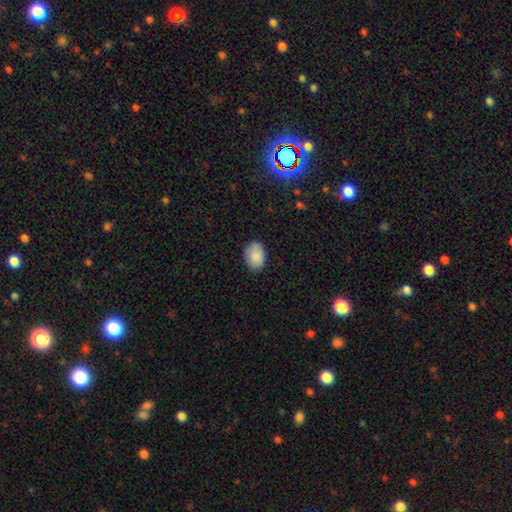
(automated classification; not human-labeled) smooth-or-featured: smooth: 89% | star or artifact: 7% | featured or disk: 5%
  how-rounded: in between: 81% | round: 18% | cigar-shaped: 1%
  merging: none: 83% | minor disturbance: 13% | major disturbance: 2% | merger: 1%